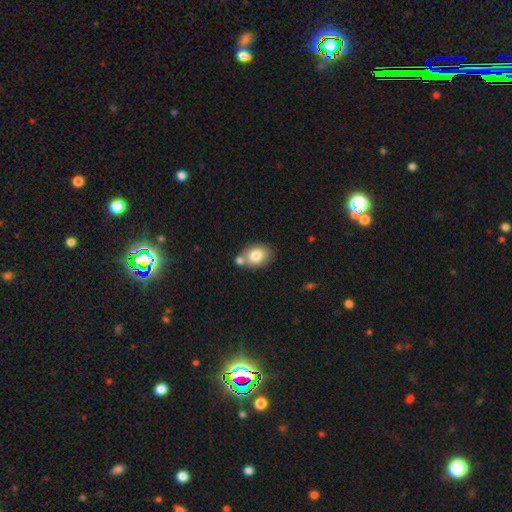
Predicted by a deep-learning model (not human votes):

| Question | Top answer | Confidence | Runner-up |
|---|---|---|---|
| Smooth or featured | smooth | 78% | featured or disk (13%) |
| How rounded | in between | 70% | round (29%) |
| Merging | none | 58% | merger (25%) |